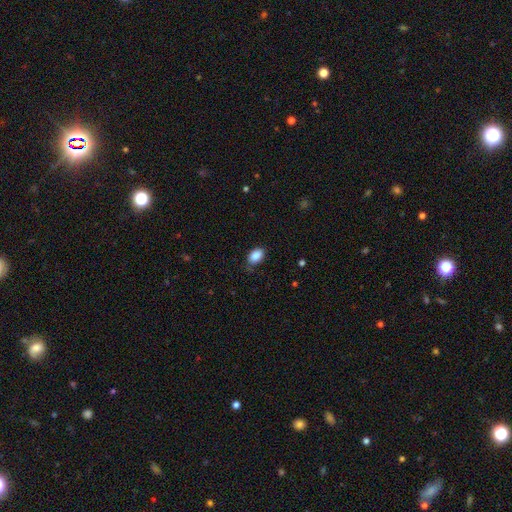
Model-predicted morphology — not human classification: This is clearly a smooth galaxy (88%). How rounded: clearly in between (89%). Merging: likely none (73%).